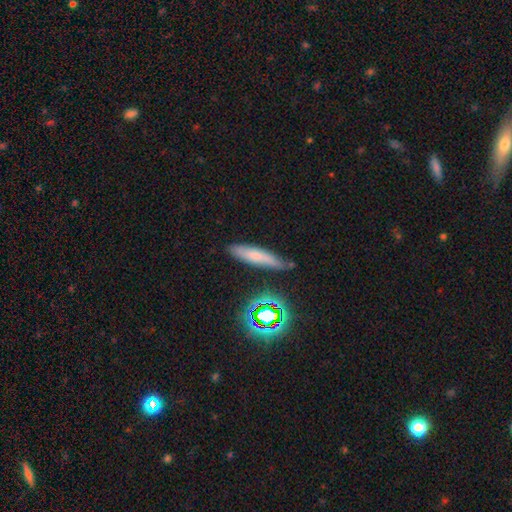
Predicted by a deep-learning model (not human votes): Morphology: type=smooth (63%); roundness=cigar-shaped (79%); merging=none (76%).